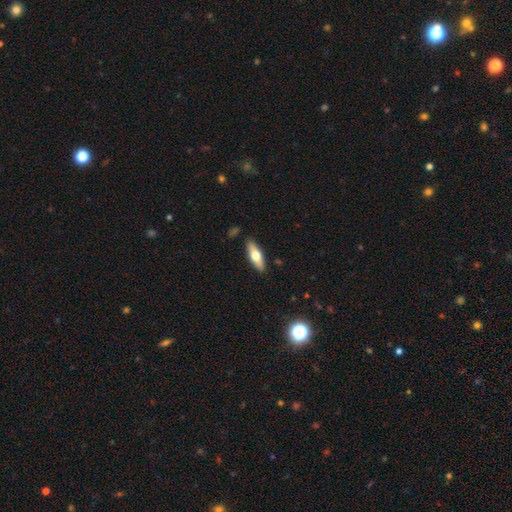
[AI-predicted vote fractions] This appears to be a smooth galaxy with no disk features (56%) that is in between round and cigar-shaped (51%). Merging: none (88%).